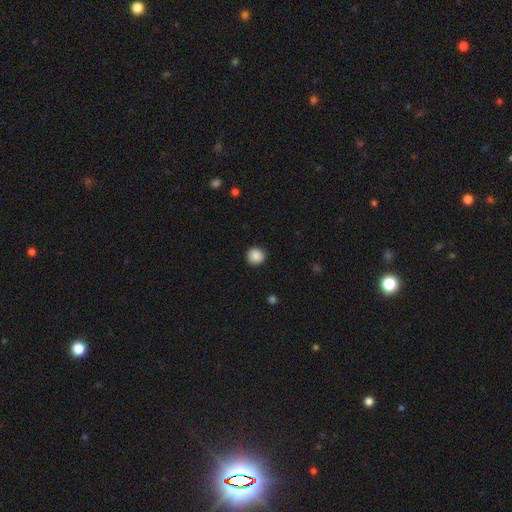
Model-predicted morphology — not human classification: This appears to be a smooth galaxy with no disk features (88%) that is round (92%). Merging: none (89%).